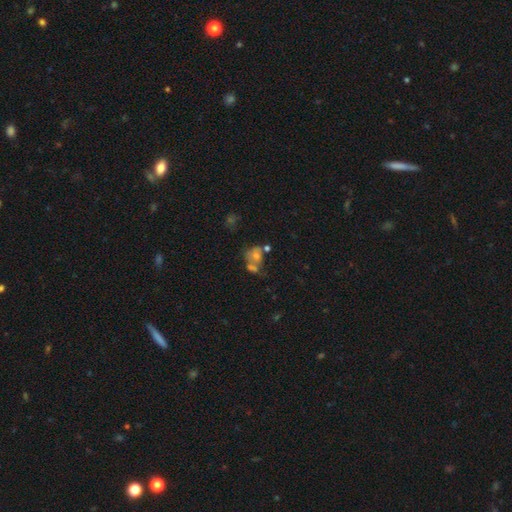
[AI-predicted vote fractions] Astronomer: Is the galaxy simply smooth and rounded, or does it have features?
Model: smooth — 50% (runner-up: featured or disk, 31%).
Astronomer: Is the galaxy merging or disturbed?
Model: merger — 41% (runner-up: none, 34%).